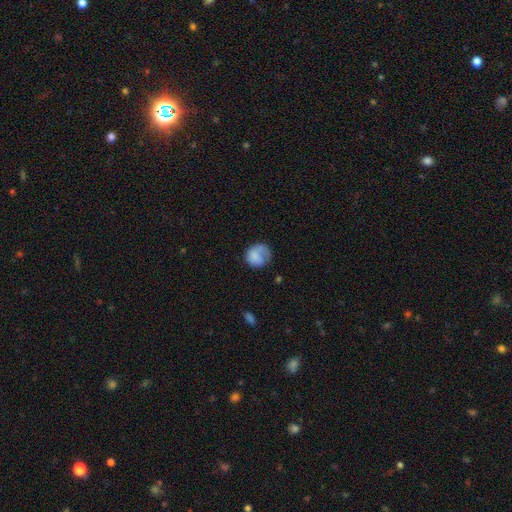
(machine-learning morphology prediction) A smooth galaxy with no disk features (70%) that is round (74%).

Vote fractions:
- Smooth or featured? smooth: 70% / featured or disk: 23% / star or artifact: 7%
- How rounded? round: 74% / in between: 25% / cigar-shaped: 1%
- Merging? none: 44% / major disturbance: 27% / minor disturbance: 26% / merger: 3%